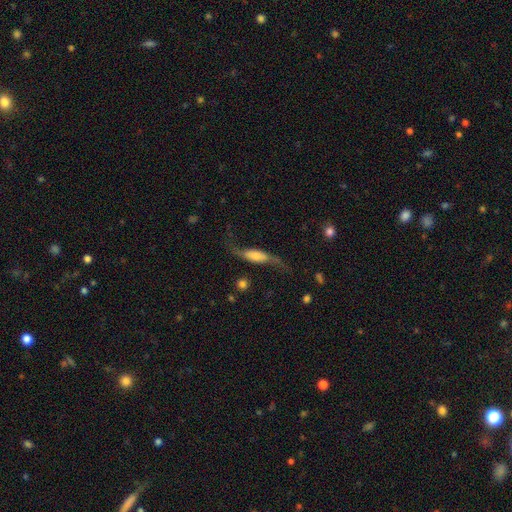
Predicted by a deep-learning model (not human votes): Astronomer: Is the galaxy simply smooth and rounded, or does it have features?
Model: featured or disk — 67%.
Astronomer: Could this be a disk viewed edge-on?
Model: no — 67%.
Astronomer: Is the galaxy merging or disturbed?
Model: none — 58%.